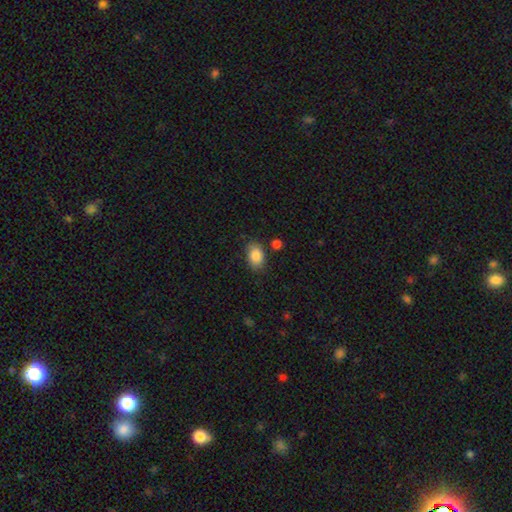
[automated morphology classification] Smooth or featured?
  - smooth: 86% *
  - star or artifact: 7%
  - featured or disk: 6%
How rounded?
  - in between: 83% *
  - round: 16%
  - cigar-shaped: 1%
Merging?
  - none: 80% *
  - minor disturbance: 13%
  - merger: 4%
  - major disturbance: 3%